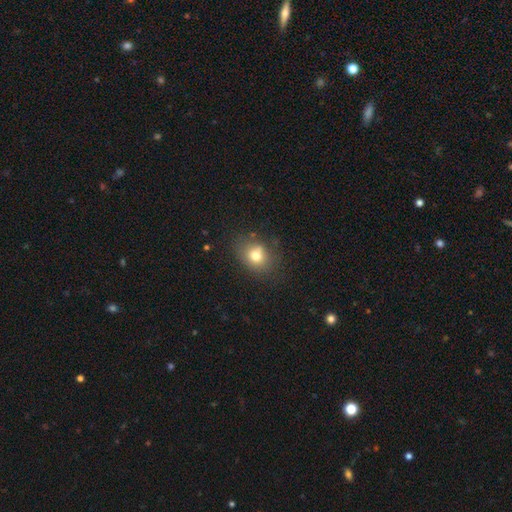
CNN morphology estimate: Overall: smooth (73%). How rounded: round (52%; in between 47%). Merging: none (64%).